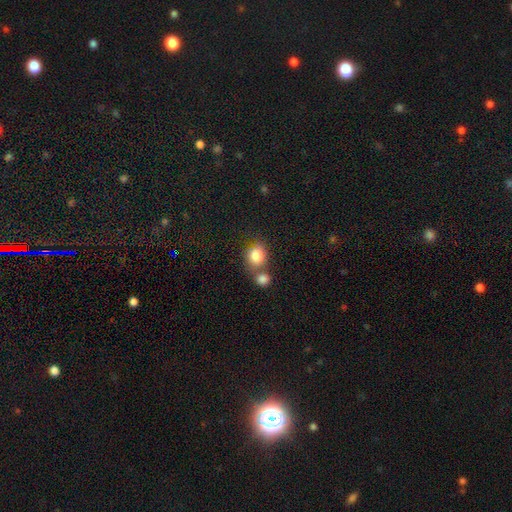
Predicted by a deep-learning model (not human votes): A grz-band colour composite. It shows a smooth galaxy with no disk features (84%) that is round (76%). Merging: none (49%).